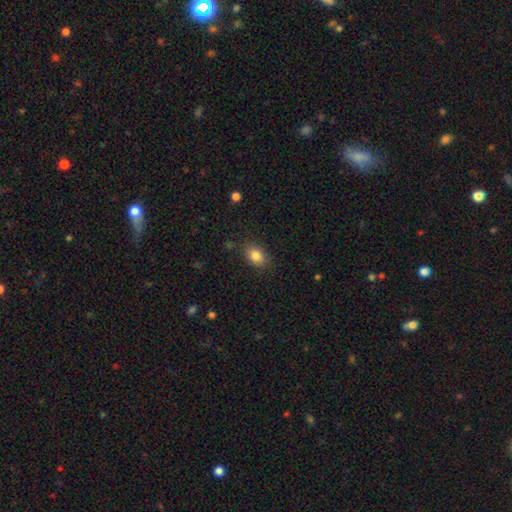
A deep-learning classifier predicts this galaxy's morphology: Overall: smooth (84%). How rounded: in between (72%). Merging: none (82%).